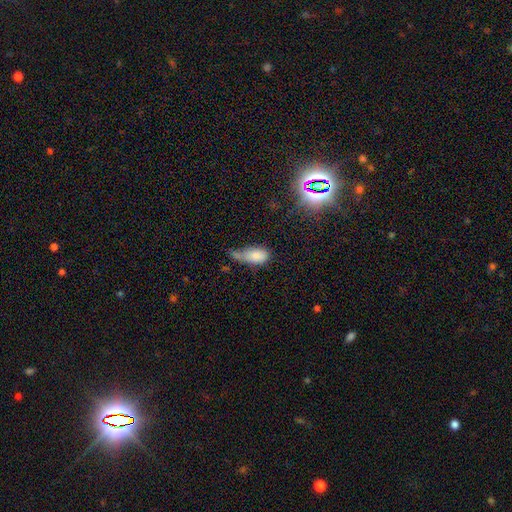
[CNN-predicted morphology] A smooth galaxy with no disk features (80%) that is in between round and cigar-shaped (87%). Merging: minor disturbance (36%).